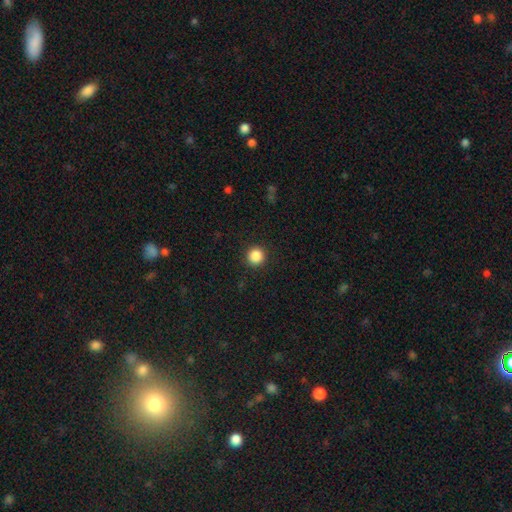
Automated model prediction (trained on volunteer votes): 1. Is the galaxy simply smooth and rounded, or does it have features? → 87% smooth, 10% star or artifact, 3% featured or disk.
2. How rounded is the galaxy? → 95% round, 4% in between, 1% cigar-shaped.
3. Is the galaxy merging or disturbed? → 92% none, 5% minor disturbance, 2% major disturbance, 1% merger.